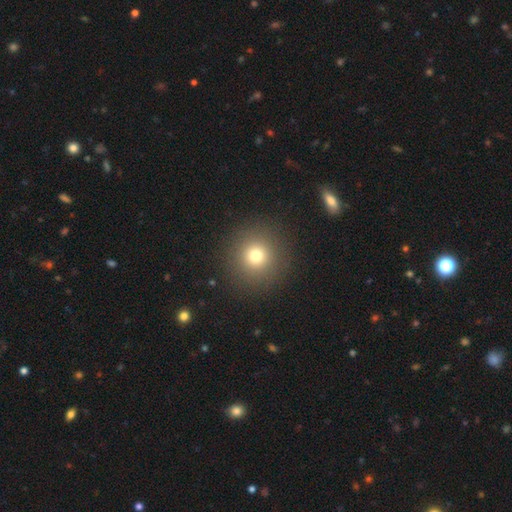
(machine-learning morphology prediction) Smooth or featured: smooth — 75% (star or artifact — 16%)
How rounded: round — 95% (in between — 4%)
Merging: none — 91% (minor disturbance — 5%)